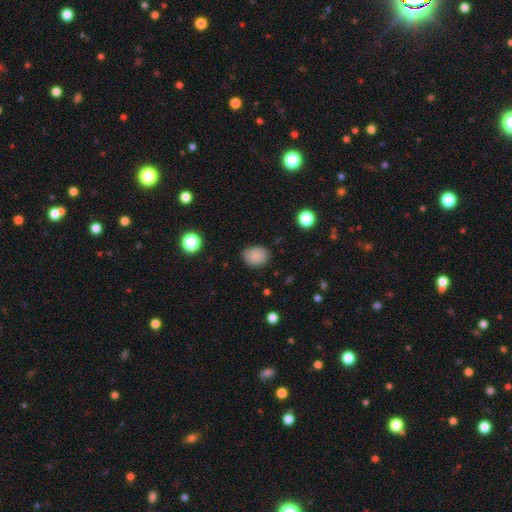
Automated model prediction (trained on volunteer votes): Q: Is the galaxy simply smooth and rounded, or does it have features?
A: smooth — 86%.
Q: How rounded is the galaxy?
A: in between — 52%.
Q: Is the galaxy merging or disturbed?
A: none — 79%.